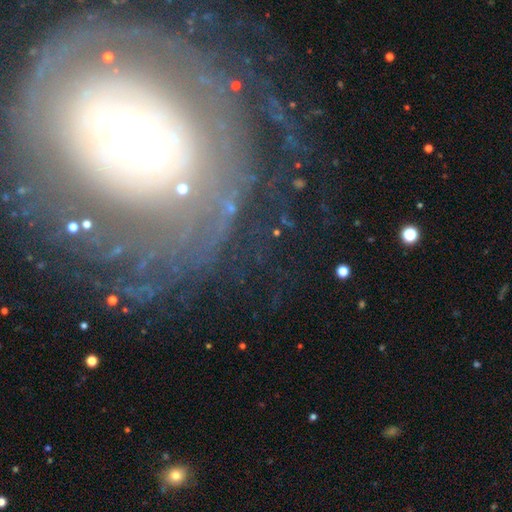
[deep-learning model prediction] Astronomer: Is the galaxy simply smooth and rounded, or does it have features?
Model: featured or disk — 69%.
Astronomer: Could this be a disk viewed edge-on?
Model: no — 93%.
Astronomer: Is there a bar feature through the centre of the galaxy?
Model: no — 57%.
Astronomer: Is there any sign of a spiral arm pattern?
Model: yes — 64%.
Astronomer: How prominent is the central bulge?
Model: moderate — 47%.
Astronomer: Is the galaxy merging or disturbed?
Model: none — 67%.